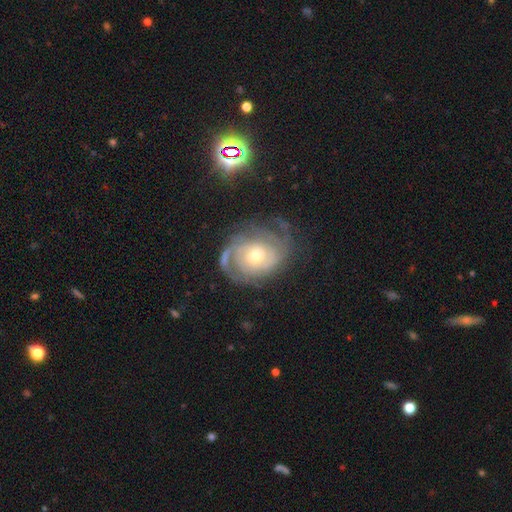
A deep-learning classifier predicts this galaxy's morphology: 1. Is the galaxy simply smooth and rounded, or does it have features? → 85% featured or disk, 8% smooth, 6% star or artifact.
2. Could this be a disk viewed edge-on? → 97% no, 3% yes.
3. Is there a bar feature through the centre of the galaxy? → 72% no, 23% weak, 5% strong.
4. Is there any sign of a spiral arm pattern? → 95% yes, 5% no.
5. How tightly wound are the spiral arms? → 67% tight, 26% medium, 8% loose.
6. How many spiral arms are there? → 33% can't tell, 29% 2, 18% 3, 8% 4, 6% 1, 5% more than 4.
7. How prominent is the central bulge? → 56% moderate, 39% small, 4% large, 1% none, 1% dominant.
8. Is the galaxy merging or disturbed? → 64% none, 21% minor disturbance, 13% major disturbance, 3% merger.